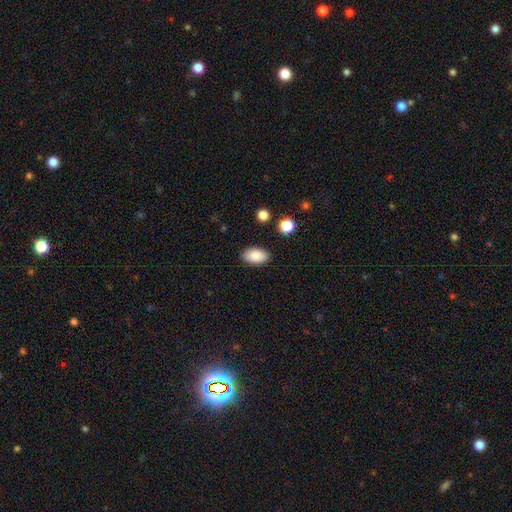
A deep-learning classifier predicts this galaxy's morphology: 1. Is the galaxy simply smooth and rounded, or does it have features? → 88% smooth, 7% star or artifact, 5% featured or disk.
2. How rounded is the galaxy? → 93% in between, 5% round, 2% cigar-shaped.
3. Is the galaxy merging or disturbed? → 88% none, 8% minor disturbance, 2% major disturbance, 1% merger.